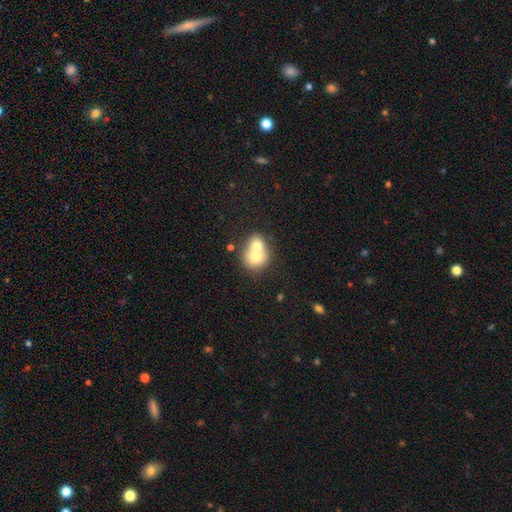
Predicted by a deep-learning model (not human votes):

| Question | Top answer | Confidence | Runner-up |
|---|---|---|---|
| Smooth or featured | smooth | 69% | featured or disk (23%) |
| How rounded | round | 68% | in between (31%) |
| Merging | merger | 70% | none (22%) |